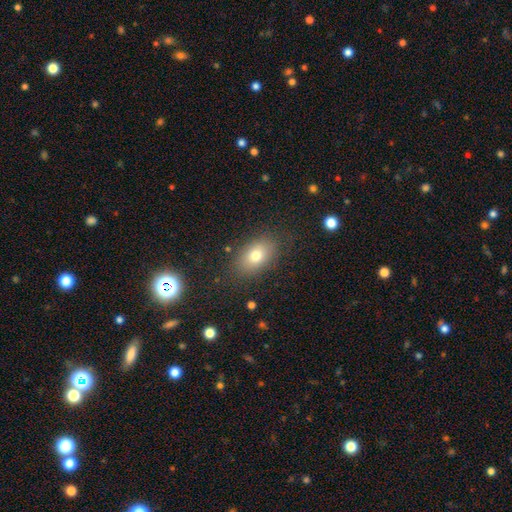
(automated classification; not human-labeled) Q: Smooth or featured?
A: smooth (76%); runner-up: featured or disk (14%)
Q: How rounded?
A: in between (83%); runner-up: round (15%)
Q: Merging?
A: none (83%); runner-up: minor disturbance (11%)